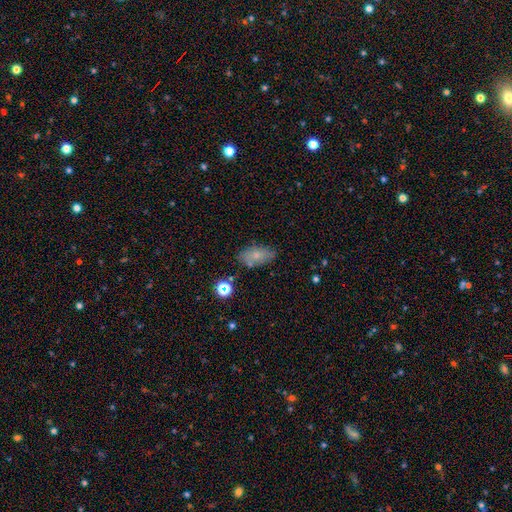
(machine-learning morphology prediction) smooth_or_featured: smooth (p=0.66) [alt: featured or disk p=0.23]
how_rounded: in between (p=0.89) [alt: round p=0.07]
merging: none (p=0.71) [alt: minor disturbance p=0.19]